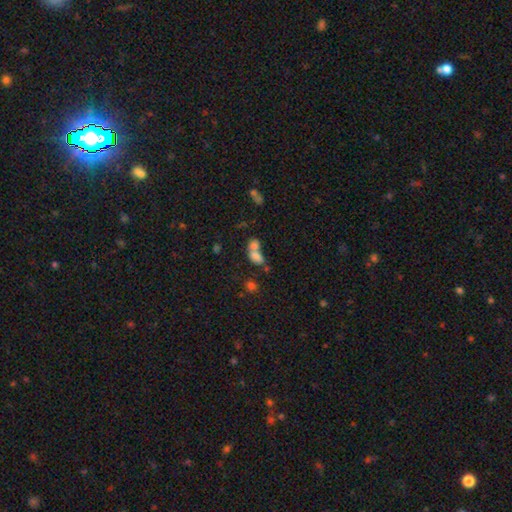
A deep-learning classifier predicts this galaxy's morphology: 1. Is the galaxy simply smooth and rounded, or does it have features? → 74% smooth, 13% star or artifact, 13% featured or disk.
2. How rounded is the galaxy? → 73% in between, 24% round, 3% cigar-shaped.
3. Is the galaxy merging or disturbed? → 64% merger, 23% none, 7% minor disturbance, 5% major disturbance.